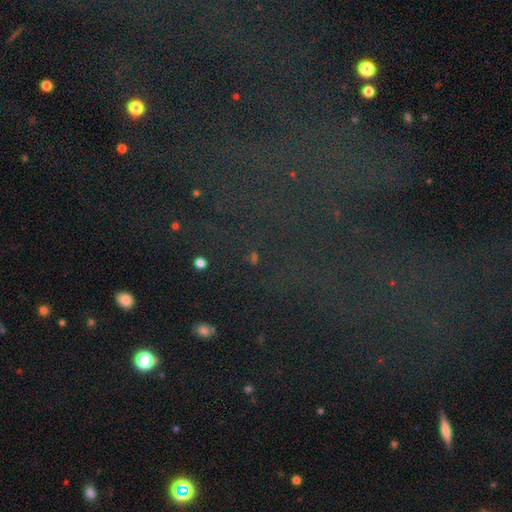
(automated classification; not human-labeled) smooth_or_featured: star or artifact (p=0.74) [alt: smooth p=0.14]